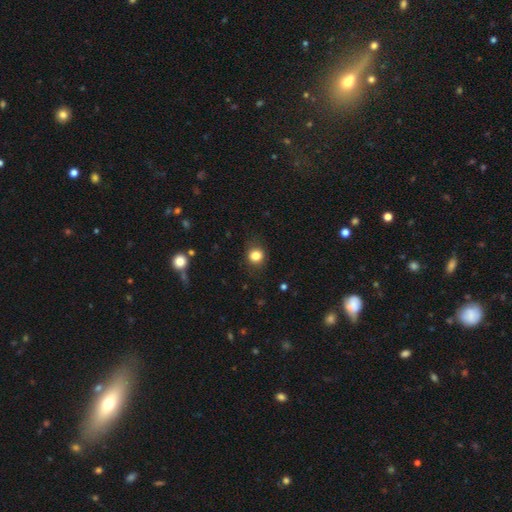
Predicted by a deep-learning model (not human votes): Smooth or featured?
  - smooth: 83% *
  - star or artifact: 11%
  - featured or disk: 6%
How rounded?
  - round: 84% *
  - in between: 16%
  - cigar-shaped: 1%
Merging?
  - none: 85% *
  - minor disturbance: 11%
  - major disturbance: 3%
  - merger: 1%